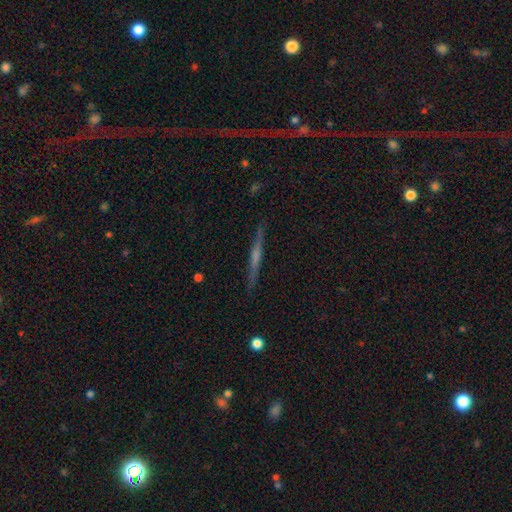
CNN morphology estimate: Smooth or featured?
  - featured or disk: 66% *
  - smooth: 27%
  - star or artifact: 7%
Edge-on disk?
  - yes: 98% *
  - no: 2%
Edge-on bulge?
  - none: 45% *
  - rounded: 39%
  - boxy: 16%
Merging?
  - none: 90% *
  - minor disturbance: 7%
  - major disturbance: 2%
  - merger: 1%